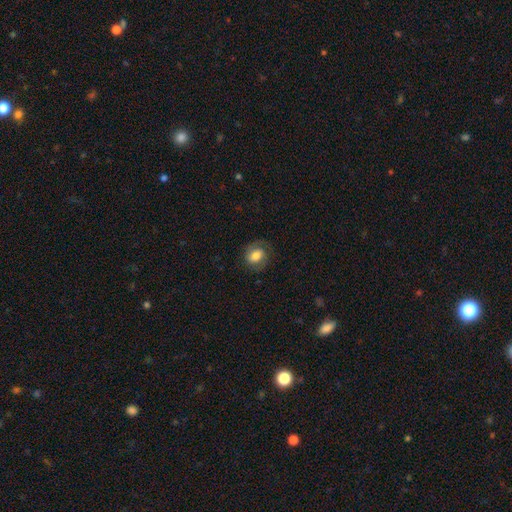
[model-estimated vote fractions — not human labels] smooth_or_featured: smooth (p=0.63) [alt: featured or disk p=0.29]
how_rounded: round (p=0.55) [alt: in between p=0.44]
merging: none (p=0.73) [alt: minor disturbance p=0.17]